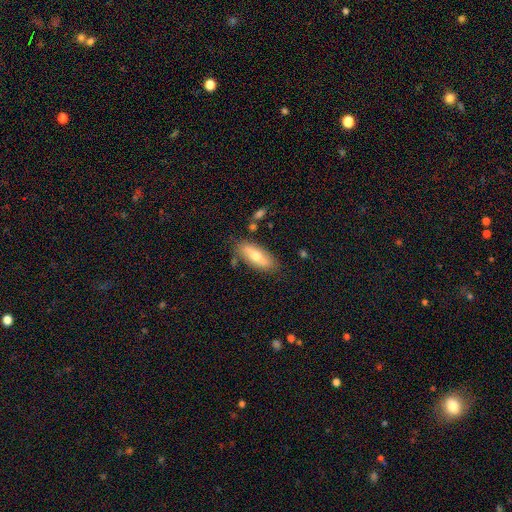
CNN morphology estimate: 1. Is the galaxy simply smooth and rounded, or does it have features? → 66% smooth, 27% featured or disk, 6% star or artifact.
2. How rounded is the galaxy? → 72% in between, 26% cigar-shaped, 2% round.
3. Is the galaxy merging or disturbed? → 78% none, 15% minor disturbance, 4% merger, 3% major disturbance.